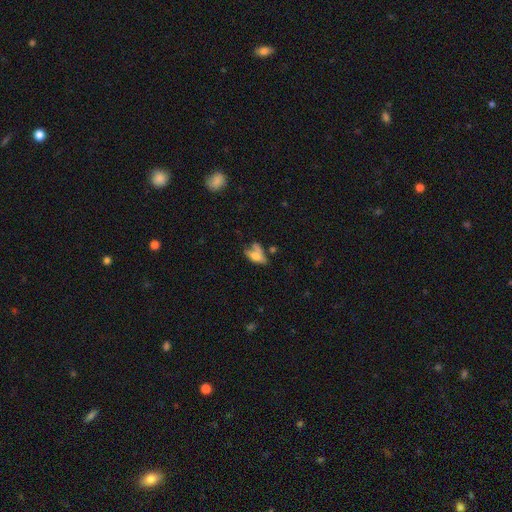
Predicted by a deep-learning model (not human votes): Q: Smooth or featured?
A: smooth (55%); runner-up: featured or disk (34%)
Q: How rounded?
A: in between (78%); runner-up: cigar-shaped (15%)
Q: Merging?
A: none (30%); runner-up: major disturbance (26%)